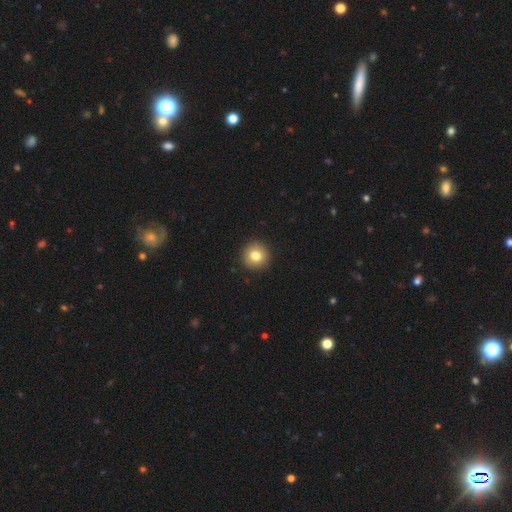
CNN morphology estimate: The model was most divided on "smooth or featured": smooth: 80%, star or artifact: 10%, featured or disk: 10%. More confident: how rounded — round (95%); merging — none (93%).